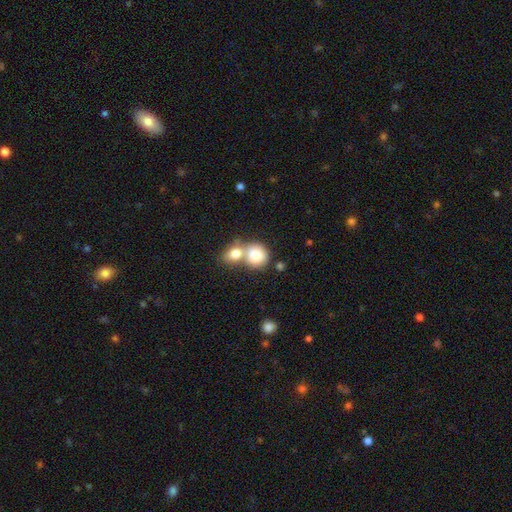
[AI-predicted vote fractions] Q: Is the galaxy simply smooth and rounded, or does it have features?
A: smooth — 82%.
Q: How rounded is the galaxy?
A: round — 74%.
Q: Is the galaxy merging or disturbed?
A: merger — 61%.